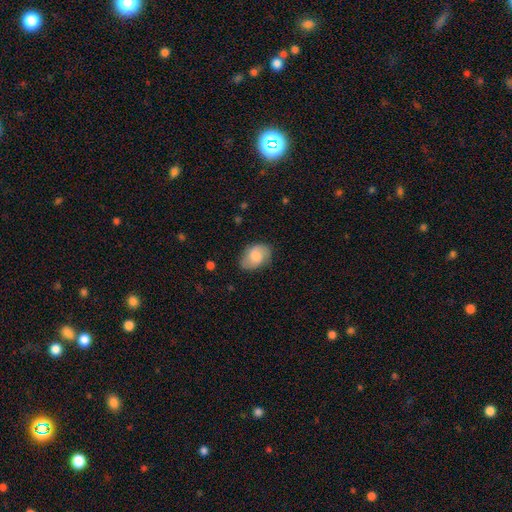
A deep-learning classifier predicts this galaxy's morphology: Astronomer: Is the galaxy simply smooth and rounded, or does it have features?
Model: smooth — 68%.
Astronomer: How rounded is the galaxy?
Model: in between — 84%.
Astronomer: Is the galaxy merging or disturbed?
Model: none — 73%.